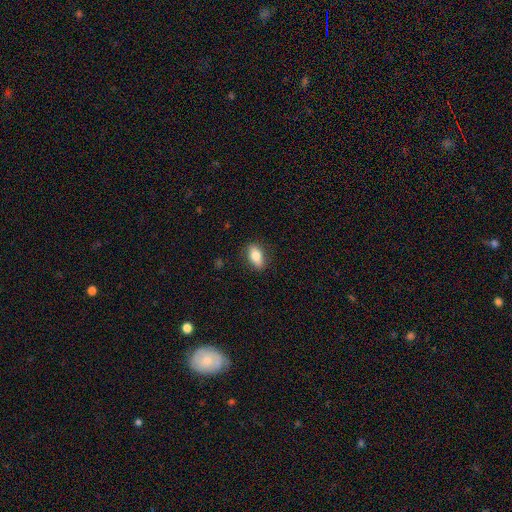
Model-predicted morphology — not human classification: A smooth galaxy with no disk features (78%) that is in between round and cigar-shaped (85%).

Vote fractions:
- Smooth or featured? smooth: 78% / featured or disk: 15% / star or artifact: 7%
- How rounded? in between: 85% / cigar-shaped: 8% / round: 7%
- Merging? none: 86% / minor disturbance: 11% / major disturbance: 3% / merger: 1%